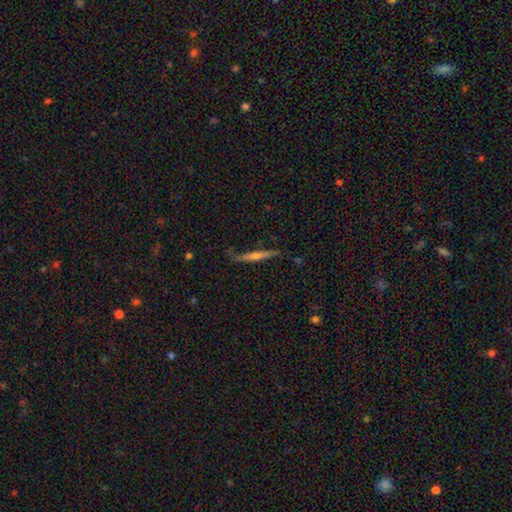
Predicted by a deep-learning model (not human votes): smooth-or-featured: featured or disk: 58% | smooth: 35% | star or artifact: 8%
  disk-edge-on: yes: 93% | no: 7%
    edge-on-bulge: none: 43% | rounded: 42% | boxy: 15%
  merging: none: 70% | minor disturbance: 21% | major disturbance: 6% | merger: 3%